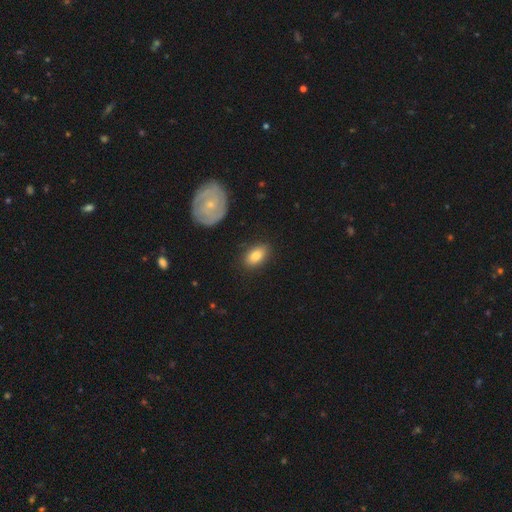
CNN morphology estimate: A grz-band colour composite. It shows a smooth galaxy with no disk features (83%) that is in between round and cigar-shaped (90%). Merging: none (85%).